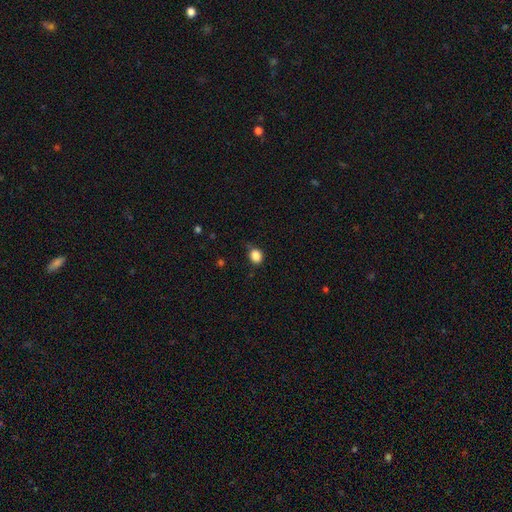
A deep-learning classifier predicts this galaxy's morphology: Overall: smooth (86%). How rounded: round (58%; in between 41%). Merging: none (74%).